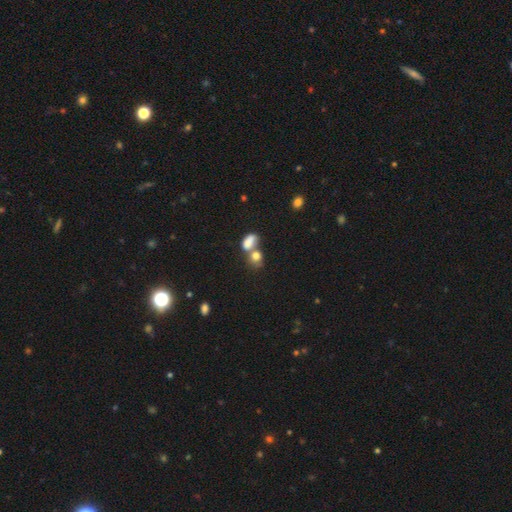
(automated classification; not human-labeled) Smooth or featured? Predicted: smooth (p=0.78). How rounded? Predicted: in between (p=0.53). Merging? Predicted: merger (p=0.55).